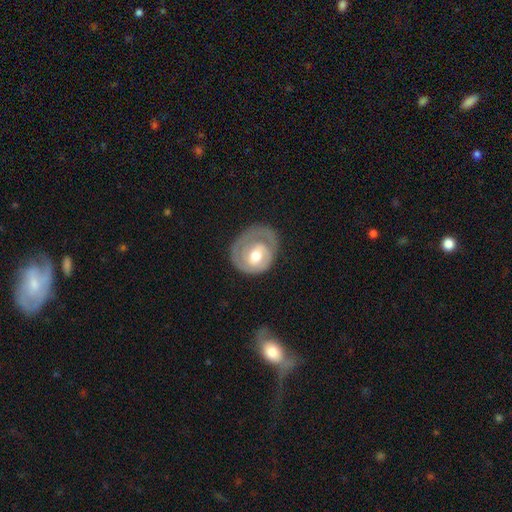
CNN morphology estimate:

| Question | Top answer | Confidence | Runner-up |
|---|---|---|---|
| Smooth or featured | featured or disk | 68% | smooth (27%) |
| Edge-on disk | no | 97% | yes (3%) |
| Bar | no | 54% | weak (37%) |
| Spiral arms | yes | 77% | no (23%) |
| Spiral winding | tight | 64% | medium (25%) |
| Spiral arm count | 1 | 57% | 2 (23%) |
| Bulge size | moderate | 69% | small (15%) |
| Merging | none | 50% | minor disturbance (26%) |